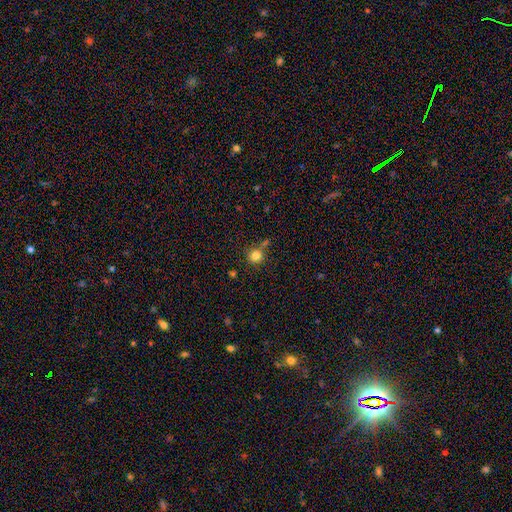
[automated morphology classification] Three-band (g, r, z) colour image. It shows a smooth galaxy with no disk features (82%) that is round (92%). Merging: none (70%).